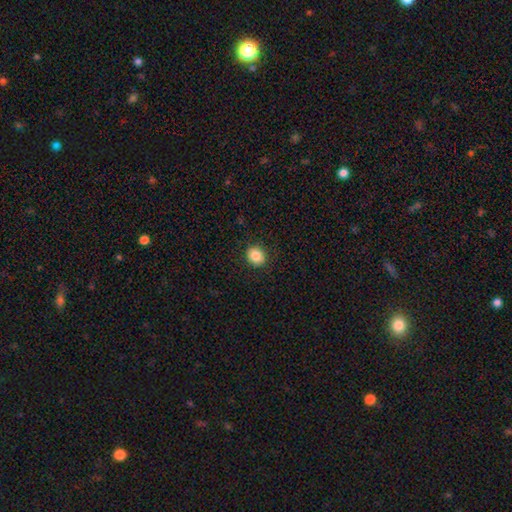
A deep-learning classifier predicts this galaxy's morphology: smooth_or_featured: smooth (p=0.85) [alt: star or artifact p=0.09]
how_rounded: round (p=0.68) [alt: in between p=0.31]
merging: none (p=0.89) [alt: minor disturbance p=0.08]